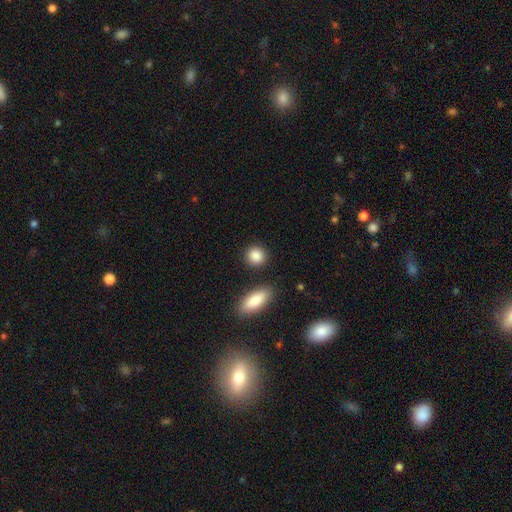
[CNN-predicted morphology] type=smooth (88%); roundness=round (80%); merging=none (86%).